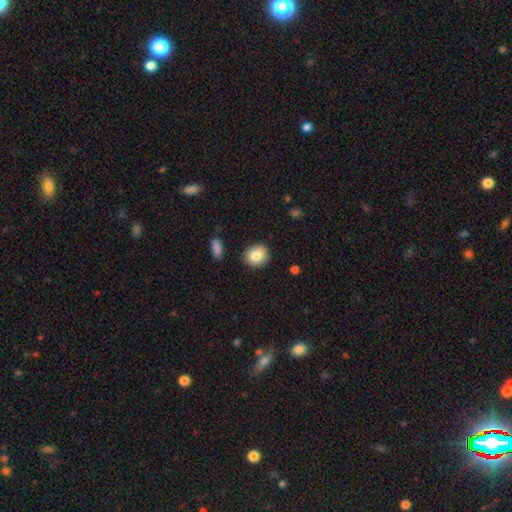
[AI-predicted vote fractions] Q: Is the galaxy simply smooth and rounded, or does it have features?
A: smooth — 83%.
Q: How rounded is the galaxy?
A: round — 80%.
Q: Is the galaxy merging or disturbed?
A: none — 88%.